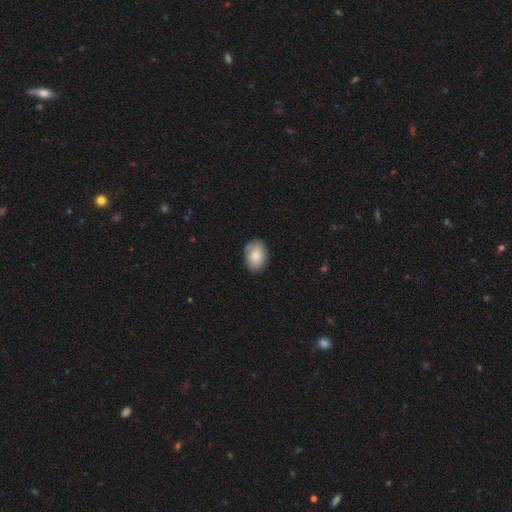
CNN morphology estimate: The model was most divided on "how rounded": in between: 77%, round: 22%, cigar-shaped: 1%. More confident: smooth or featured — smooth (79%); merging — none (79%).